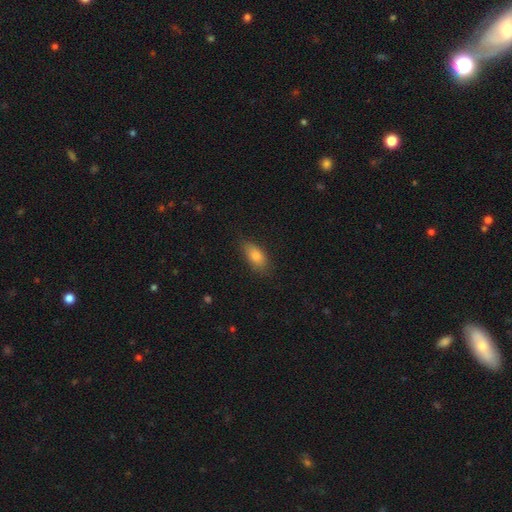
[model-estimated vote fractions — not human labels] This is clearly a smooth galaxy (82%). How rounded: clearly in between (85%). Merging: likely none (78%).